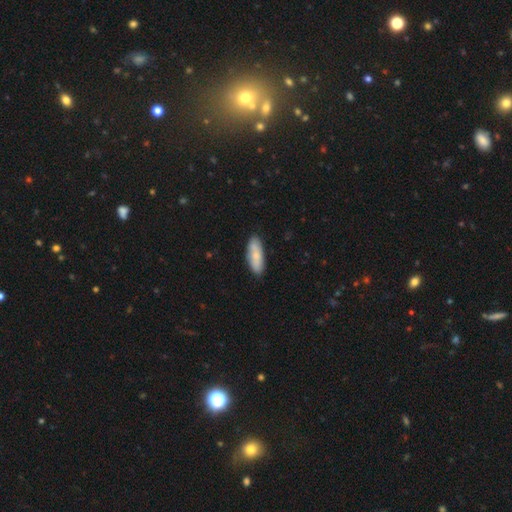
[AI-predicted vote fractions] smooth_or_featured: smooth (p=0.76) [alt: featured or disk p=0.19]
how_rounded: in between (p=0.60) [alt: cigar-shaped p=0.39]
merging: none (p=0.86) [alt: minor disturbance p=0.11]